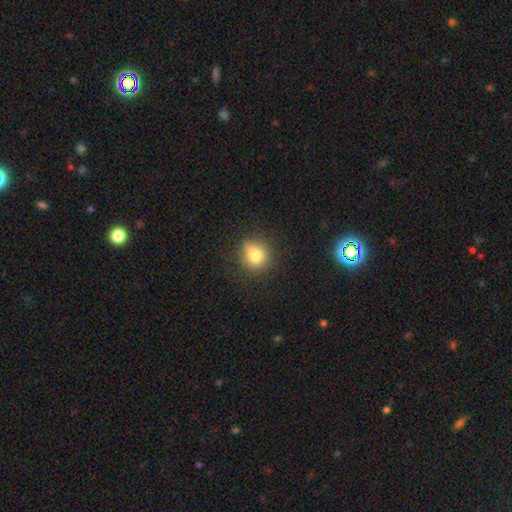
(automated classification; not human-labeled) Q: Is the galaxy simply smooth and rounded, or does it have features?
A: smooth — 79%.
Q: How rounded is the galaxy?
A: round — 82%.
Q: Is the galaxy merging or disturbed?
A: none — 78%.